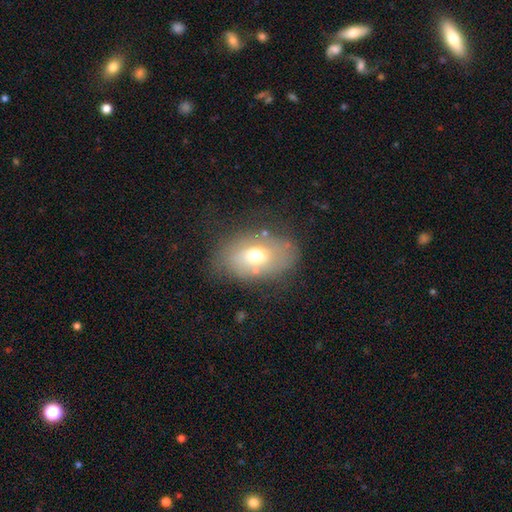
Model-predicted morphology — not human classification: Q: Smooth or featured?
A: smooth (59%); runner-up: featured or disk (29%)
Q: How rounded?
A: in between (81%); runner-up: round (18%)
Q: Merging?
A: none (65%); runner-up: minor disturbance (21%)